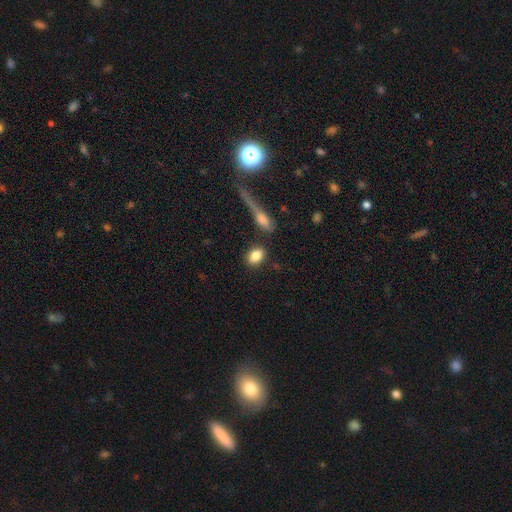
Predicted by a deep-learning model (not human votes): This is clearly a smooth galaxy (84%). How rounded: likely in between (72%). Merging: likely none (79%).